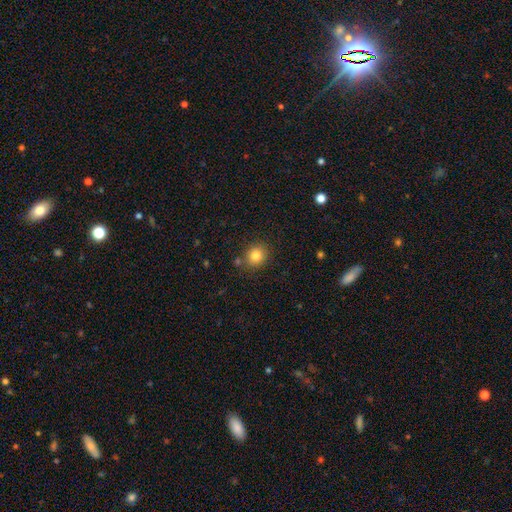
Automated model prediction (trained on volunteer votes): This appears to be a smooth galaxy with no disk features (82%) that is round (84%). Merging: none (81%).